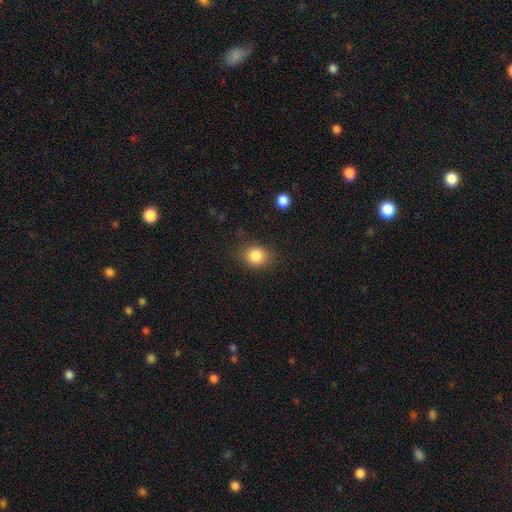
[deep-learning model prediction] smooth-or-featured: smooth: 85% | star or artifact: 10% | featured or disk: 5%
  how-rounded: round: 66% | in between: 33% | cigar-shaped: 1%
  merging: none: 81% | minor disturbance: 13% | major disturbance: 4% | merger: 1%